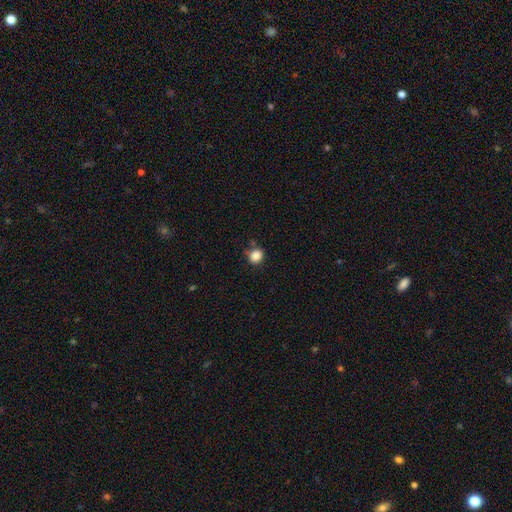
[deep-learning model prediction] Overall: smooth (86%). How rounded: round (74%). Merging: none (76%).